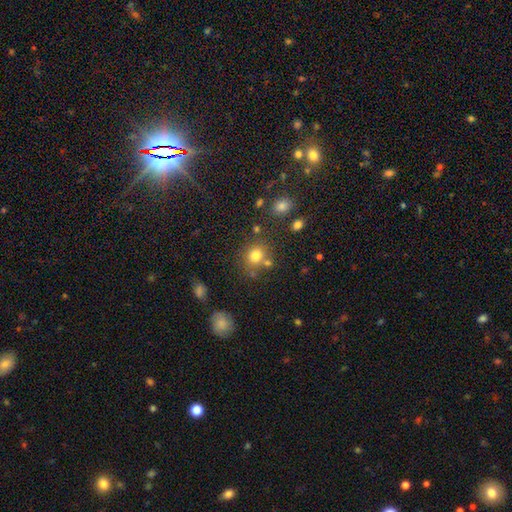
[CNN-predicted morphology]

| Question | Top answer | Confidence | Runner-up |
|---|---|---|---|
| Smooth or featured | smooth | 77% | star or artifact (14%) |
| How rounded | round | 77% | in between (22%) |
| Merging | none | 70% | merger (14%) |